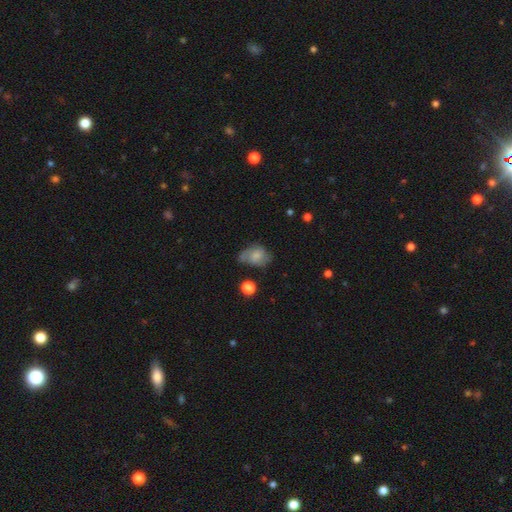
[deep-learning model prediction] This is likely a smooth galaxy (61%). How rounded: likely in between (74%). Merging: marginally none (44%).